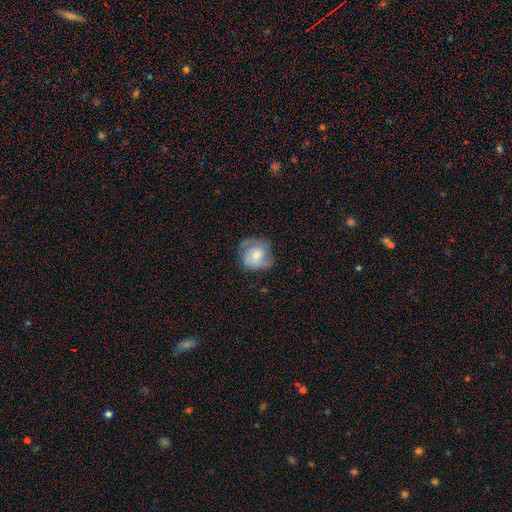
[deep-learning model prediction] Smooth or featured? featured or disk (54%)
Edge-on disk? no (97%)
Bar? no (69%)
Spiral arms? yes (82%)
Bulge size? moderate (51%)
Merging? none (60%)